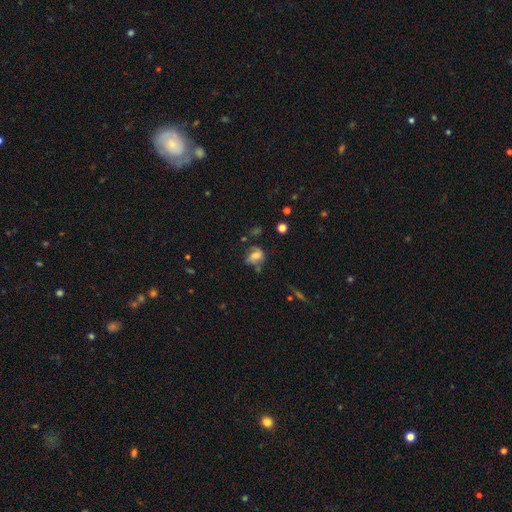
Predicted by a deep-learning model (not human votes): Overall: smooth (54%; featured or disk 33%). How rounded: in between (53%; round 46%). Merging: none (48%; minor disturbance 27%).